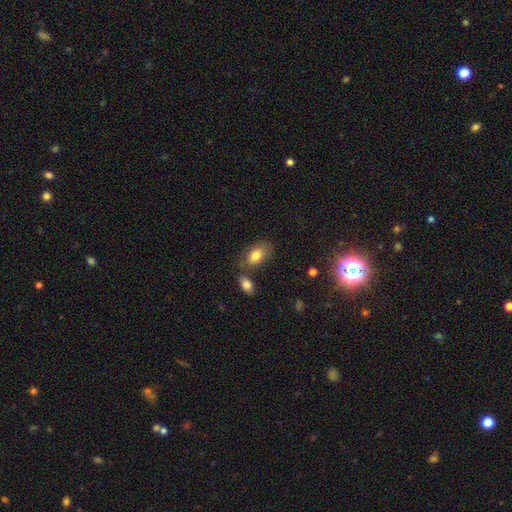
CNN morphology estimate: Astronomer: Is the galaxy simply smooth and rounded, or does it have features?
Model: smooth — 81%.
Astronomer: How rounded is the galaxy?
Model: in between — 89%.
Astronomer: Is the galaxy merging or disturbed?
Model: none — 62%.